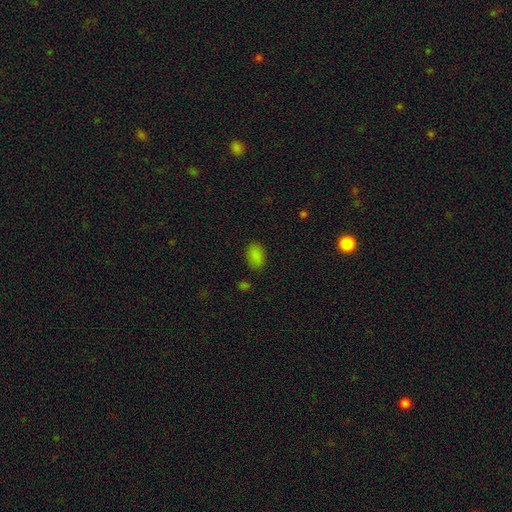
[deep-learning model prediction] This is clearly a smooth galaxy (84%). How rounded: clearly in between (89%). Merging: clearly none (82%).